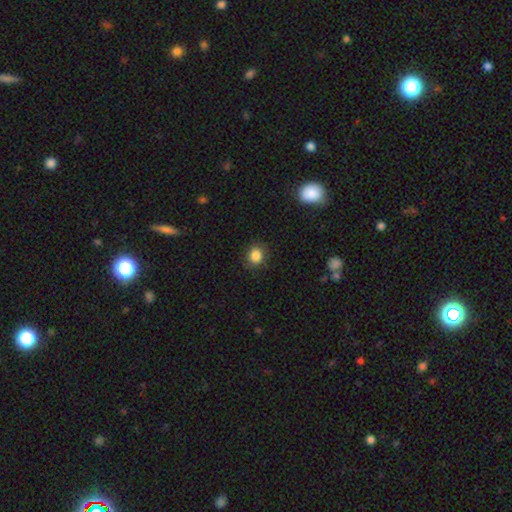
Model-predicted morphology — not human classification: A smooth galaxy with no disk features (85%) that is round (77%). Merging: none (85%).